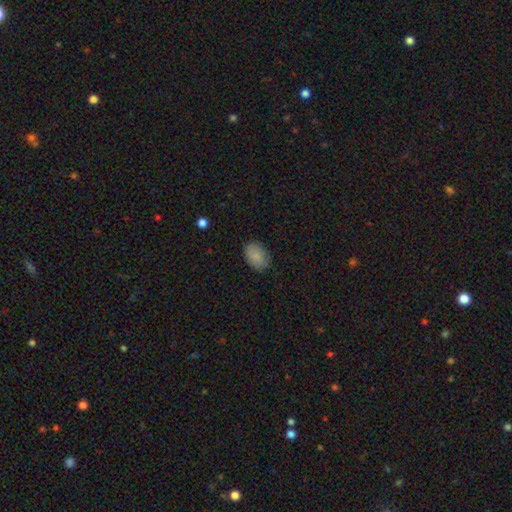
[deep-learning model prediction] smooth-or-featured: smooth: 86% | star or artifact: 7% | featured or disk: 7%
  how-rounded: in between: 85% | round: 14% | cigar-shaped: 1%
  merging: none: 84% | minor disturbance: 12% | major disturbance: 3% | merger: 1%